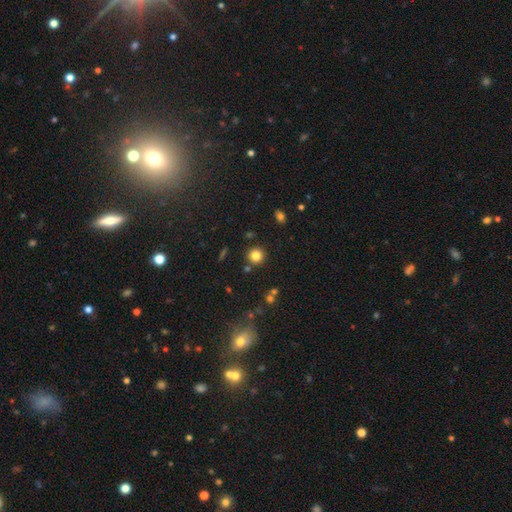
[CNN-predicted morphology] A smooth galaxy with no disk features (81%) that is round (93%). Merging: none (86%).